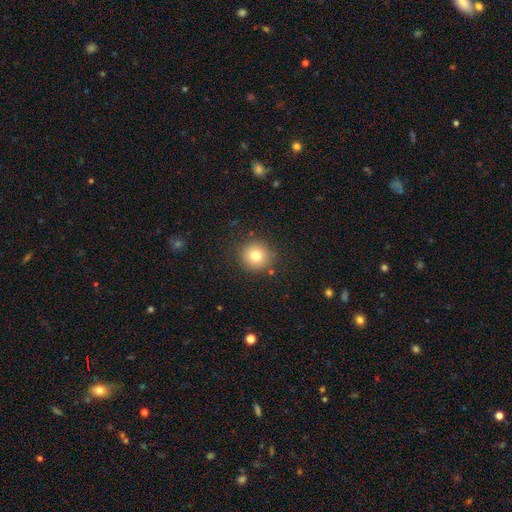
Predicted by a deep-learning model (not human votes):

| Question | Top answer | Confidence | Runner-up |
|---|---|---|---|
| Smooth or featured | smooth | 78% | star or artifact (12%) |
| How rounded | round | 93% | in between (6%) |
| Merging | none | 87% | minor disturbance (8%) |